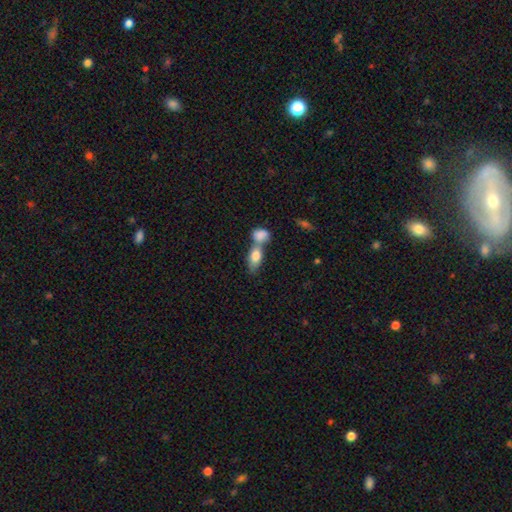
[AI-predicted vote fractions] smooth_or_featured: smooth (p=0.79) [alt: featured or disk p=0.15]
how_rounded: in between (p=0.84) [alt: cigar-shaped p=0.08]
merging: merger (p=0.62) [alt: none p=0.26]